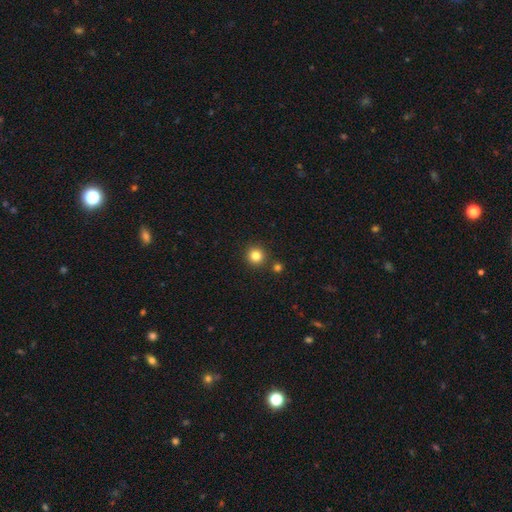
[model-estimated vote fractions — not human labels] smooth_or_featured: smooth (p=0.82) [alt: star or artifact p=0.13]
how_rounded: round (p=0.94) [alt: in between p=0.05]
merging: none (p=0.87) [alt: minor disturbance p=0.06]